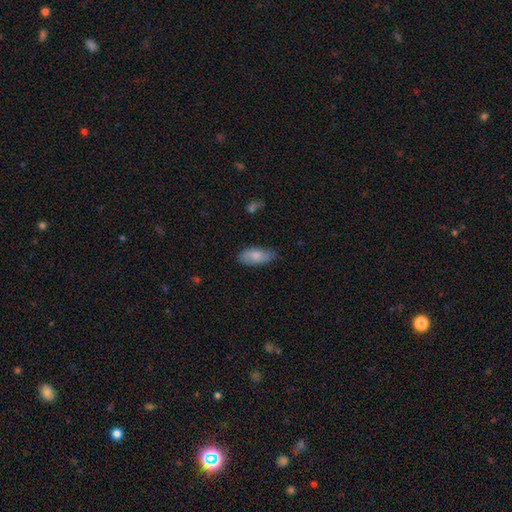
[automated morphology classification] The model was most divided on "merging": none: 75%, minor disturbance: 20%, major disturbance: 4%, merger: 2%. More confident: how rounded — in between (87%); smooth or featured — smooth (81%).